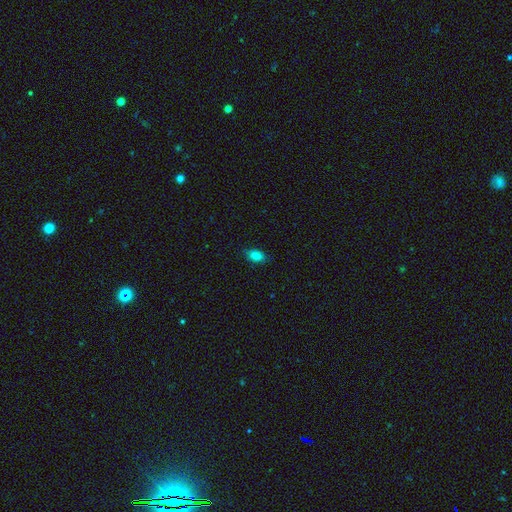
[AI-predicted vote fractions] A smooth galaxy with no disk features (83%) that is in between round and cigar-shaped (87%).

Vote fractions:
- Smooth or featured? smooth: 83% / star or artifact: 10% / featured or disk: 7%
- How rounded? in between: 87% / round: 10% / cigar-shaped: 3%
- Merging? none: 84% / minor disturbance: 13% / major disturbance: 2% / merger: 1%